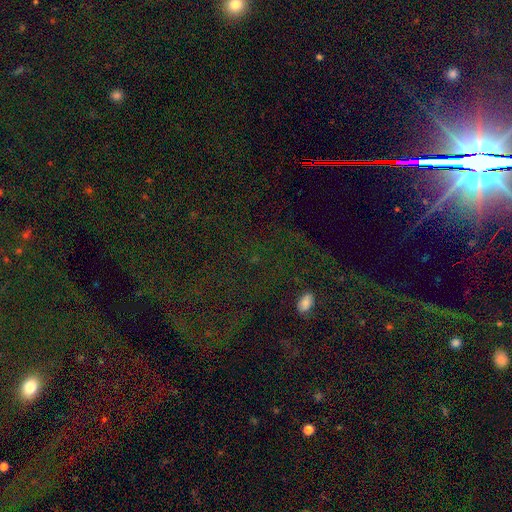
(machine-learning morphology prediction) Smooth or featured: star or artifact — 81% (featured or disk — 12%)